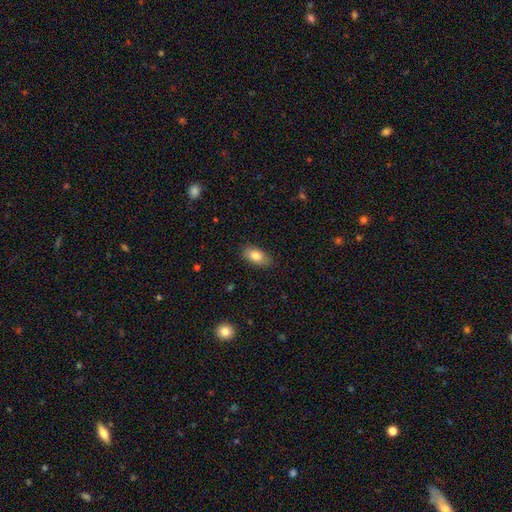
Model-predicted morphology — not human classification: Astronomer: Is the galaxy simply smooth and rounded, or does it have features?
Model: smooth — 82%.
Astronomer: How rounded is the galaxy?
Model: in between — 90%.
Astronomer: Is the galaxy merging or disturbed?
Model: none — 85%.